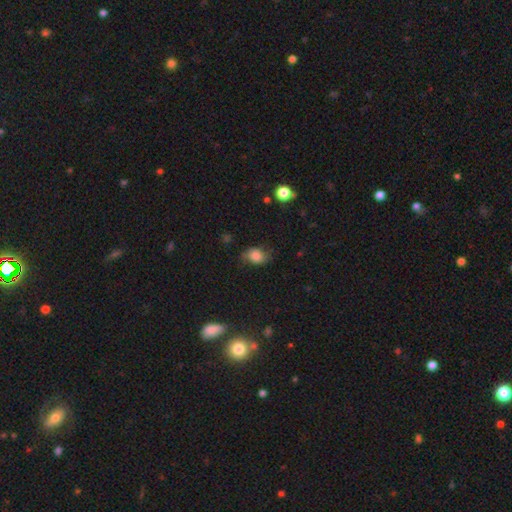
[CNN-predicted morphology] Q: Smooth or featured?
A: smooth (73%); runner-up: featured or disk (16%)
Q: How rounded?
A: in between (67%); runner-up: round (31%)
Q: Merging?
A: none (64%); runner-up: minor disturbance (26%)